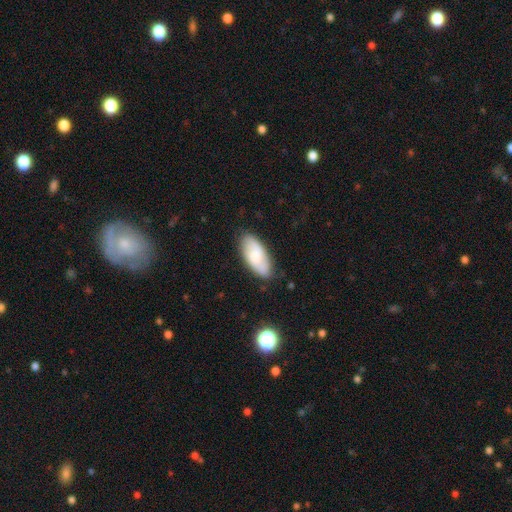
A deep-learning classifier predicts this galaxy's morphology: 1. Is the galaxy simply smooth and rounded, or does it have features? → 62% smooth, 31% featured or disk, 7% star or artifact.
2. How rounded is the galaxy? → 89% in between, 9% cigar-shaped, 2% round.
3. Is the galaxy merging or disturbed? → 79% none, 16% minor disturbance, 3% major disturbance, 2% merger.